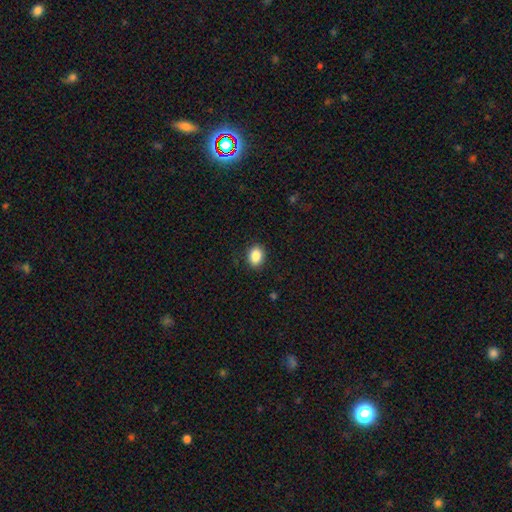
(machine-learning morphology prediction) A smooth galaxy with no disk features (87%) that is in between round and cigar-shaped (66%).

Vote fractions:
- Smooth or featured? smooth: 87% / star or artifact: 9% / featured or disk: 5%
- How rounded? in between: 66% / round: 33% / cigar-shaped: 1%
- Merging? none: 88% / minor disturbance: 9% / major disturbance: 2% / merger: 1%